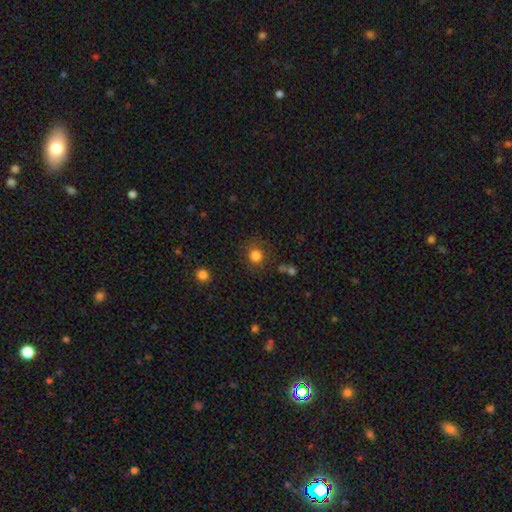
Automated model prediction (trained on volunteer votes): Smooth or featured? smooth (82%)
How rounded? round (85%)
Merging? none (80%)